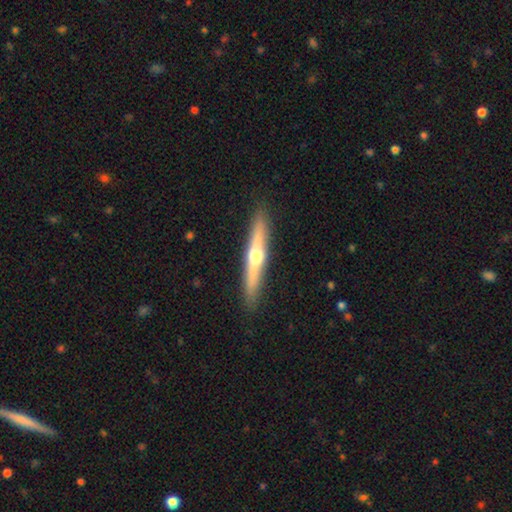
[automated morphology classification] The model was most divided on "smooth or featured": featured or disk: 65%, smooth: 29%, star or artifact: 6%. More confident: edge-on disk — yes (96%); edge-on bulge — rounded (92%); merging — none (91%).